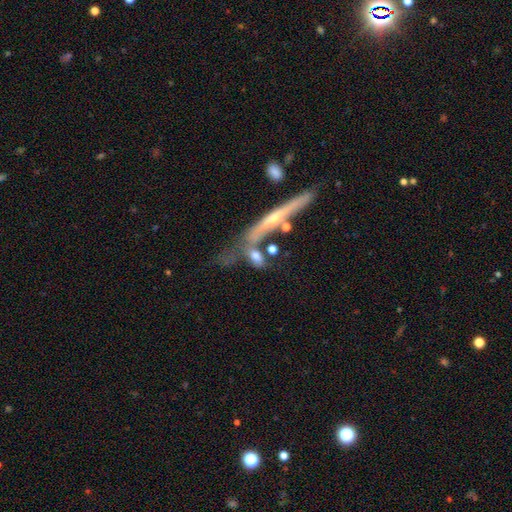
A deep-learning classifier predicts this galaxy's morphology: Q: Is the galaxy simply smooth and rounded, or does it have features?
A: smooth — 53%.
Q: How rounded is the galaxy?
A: in between — 55%.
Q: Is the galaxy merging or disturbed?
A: none — 37%.